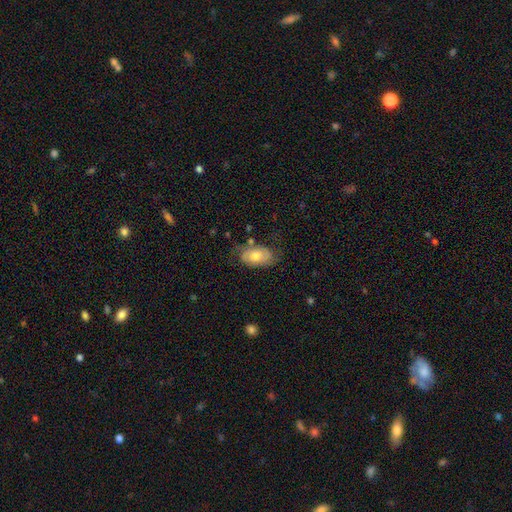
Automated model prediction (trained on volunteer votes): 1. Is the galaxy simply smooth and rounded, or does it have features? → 49% smooth, 44% featured or disk, 7% star or artifact.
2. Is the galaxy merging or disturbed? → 61% none, 26% minor disturbance, 10% major disturbance, 3% merger.